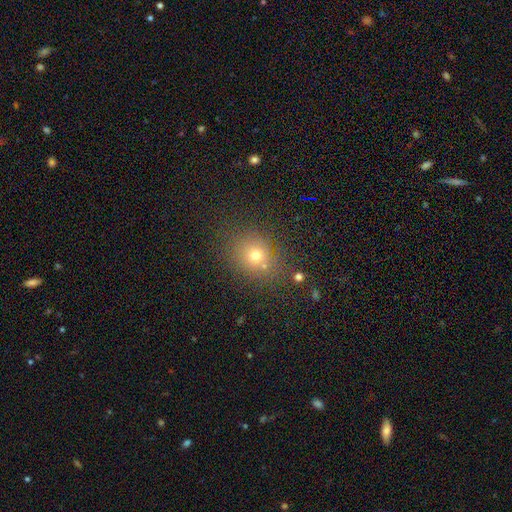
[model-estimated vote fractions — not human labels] Smooth or featured?
  - smooth: 67% *
  - star or artifact: 22%
  - featured or disk: 11%
How rounded?
  - round: 72% *
  - in between: 27%
  - cigar-shaped: 1%
Merging?
  - none: 76% *
  - minor disturbance: 12%
  - merger: 8%
  - major disturbance: 4%